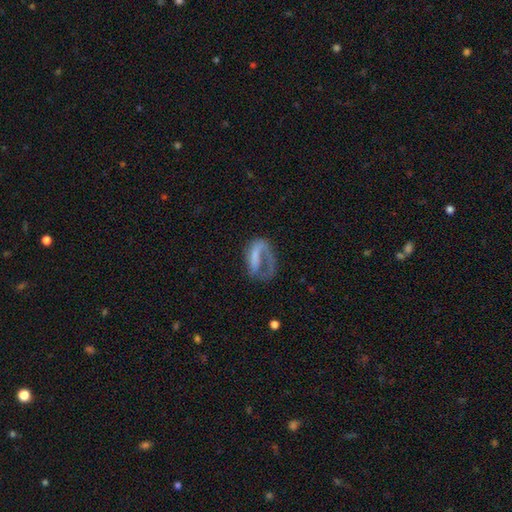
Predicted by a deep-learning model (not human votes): This appears to be a featured or disk galaxy (59%) with no bar (51%), spiral arms (65%) and no central bulge (55%). Merging: major disturbance (48%).